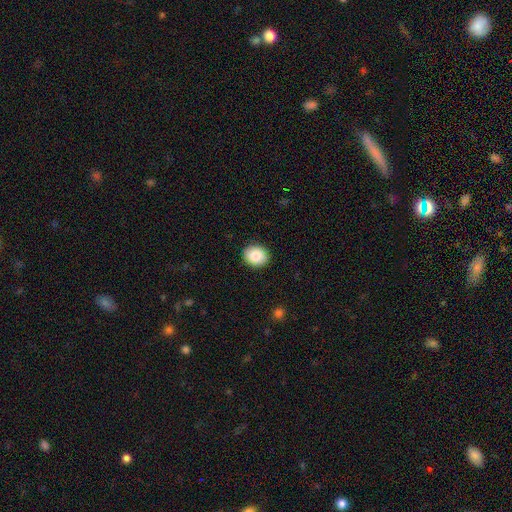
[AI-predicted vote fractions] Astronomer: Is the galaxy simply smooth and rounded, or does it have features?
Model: smooth — 87%.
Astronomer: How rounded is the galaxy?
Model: round — 62%.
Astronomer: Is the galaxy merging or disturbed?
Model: none — 90%.